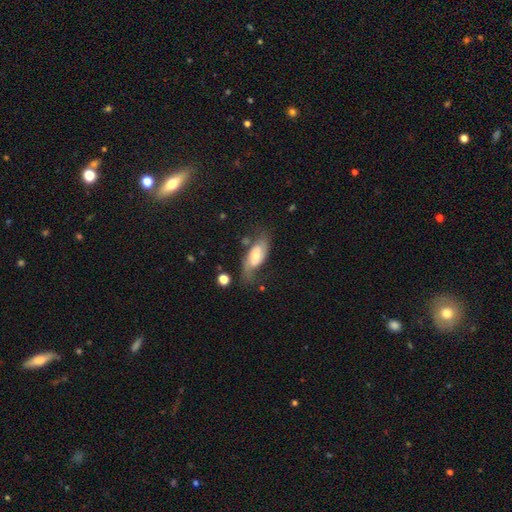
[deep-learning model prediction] Q: Smooth or featured?
A: featured or disk (61%); runner-up: smooth (33%)
Q: Edge-on disk?
A: no (90%); runner-up: yes (10%)
Q: Bar?
A: no (59%); runner-up: weak (31%)
Q: Spiral arms?
A: yes (85%); runner-up: no (15%)
Q: Bulge size?
A: moderate (51%); runner-up: small (37%)
Q: Merging?
A: none (52%); runner-up: minor disturbance (26%)